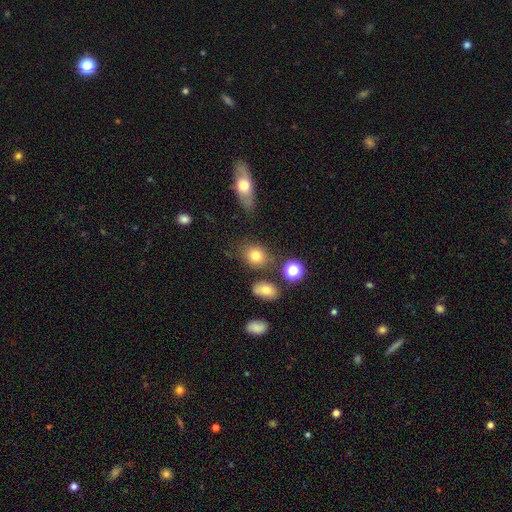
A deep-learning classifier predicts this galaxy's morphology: The model was most divided on "how rounded": round: 54%, in between: 45%, cigar-shaped: 1%. More confident: smooth or featured — smooth (78%); merging — none (72%).